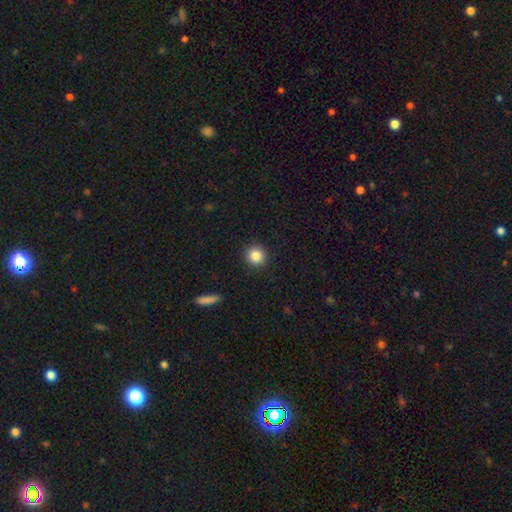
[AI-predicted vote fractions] Smooth or featured? Predicted: smooth (p=0.85). How rounded? Predicted: round (p=0.92). Merging? Predicted: none (p=0.92).